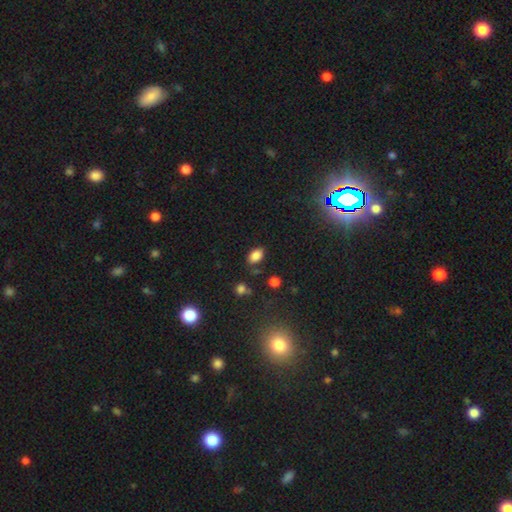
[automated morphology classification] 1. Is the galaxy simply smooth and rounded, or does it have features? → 84% smooth, 11% star or artifact, 5% featured or disk.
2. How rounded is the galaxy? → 88% in between, 10% round, 2% cigar-shaped.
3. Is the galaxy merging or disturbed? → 79% none, 13% minor disturbance, 4% merger, 3% major disturbance.